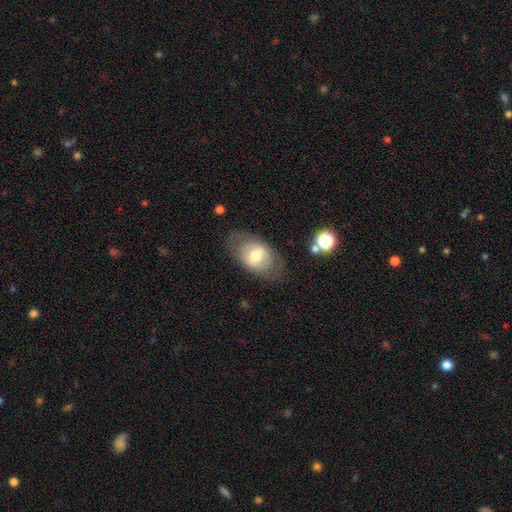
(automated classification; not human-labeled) Smooth or featured: smooth — 53% (featured or disk — 40%)
How rounded: in between — 81% (round — 18%)
Merging: none — 72% (minor disturbance — 17%)